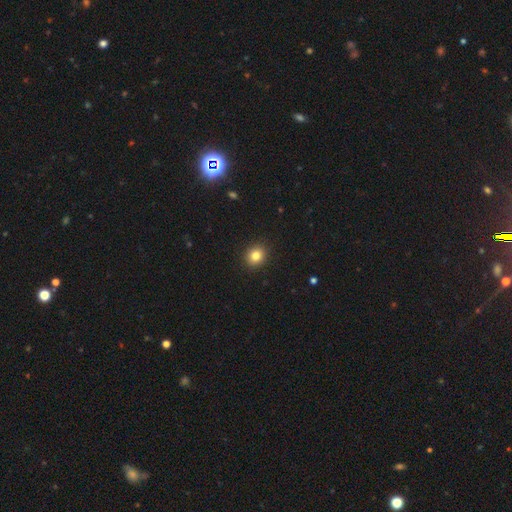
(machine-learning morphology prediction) smooth-or-featured: smooth: 83% | star or artifact: 11% | featured or disk: 6%
  how-rounded: round: 72% | in between: 27% | cigar-shaped: 1%
  merging: none: 91% | minor disturbance: 6% | major disturbance: 2% | merger: 1%